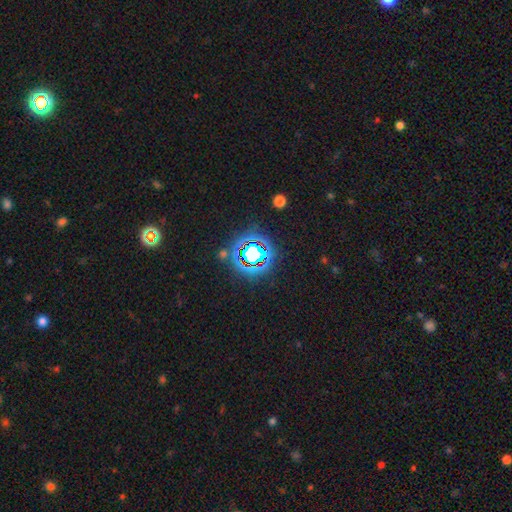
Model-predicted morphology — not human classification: The model was most divided on "smooth or featured": star or artifact: 73%, smooth: 16%, featured or disk: 11%.